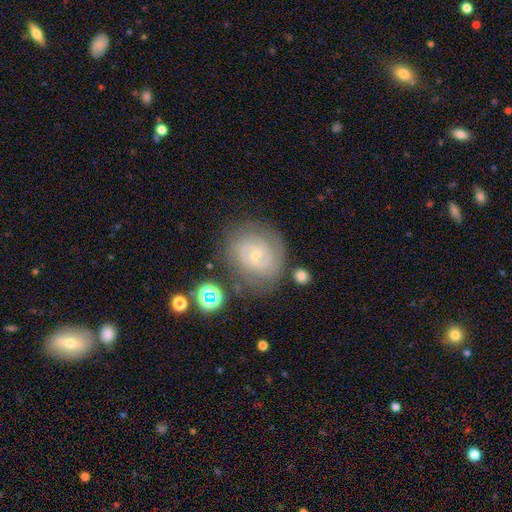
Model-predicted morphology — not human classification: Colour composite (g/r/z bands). It shows a featured or disk galaxy (75%) with no bar (63%), 2 (46%) tight (68%) spiral arms (87%) and a small central bulge (70%). Merging: none (73%).